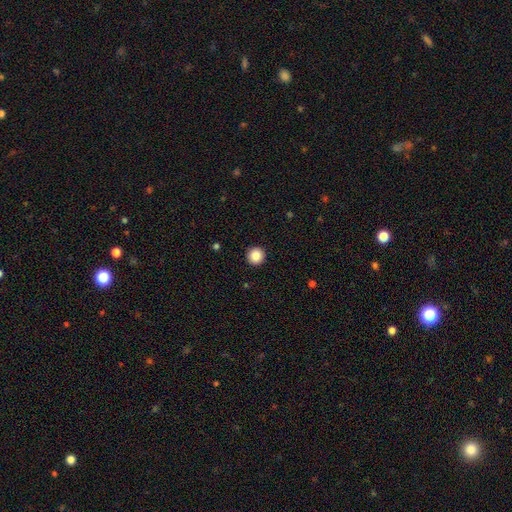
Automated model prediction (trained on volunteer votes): Smooth or featured?
  - smooth: 86% *
  - star or artifact: 9%
  - featured or disk: 5%
How rounded?
  - round: 96% *
  - in between: 3%
  - cigar-shaped: 1%
Merging?
  - none: 94% *
  - minor disturbance: 4%
  - major disturbance: 1%
  - merger: 1%